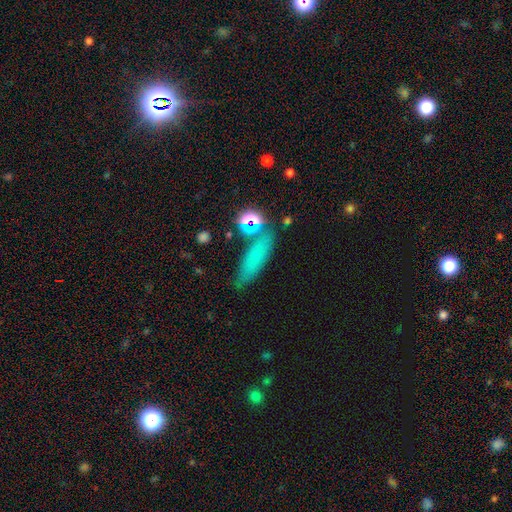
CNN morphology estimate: Smooth or featured? Predicted: smooth (p=0.65). How rounded? Predicted: cigar-shaped (p=0.54). Merging? Predicted: none (p=0.73).